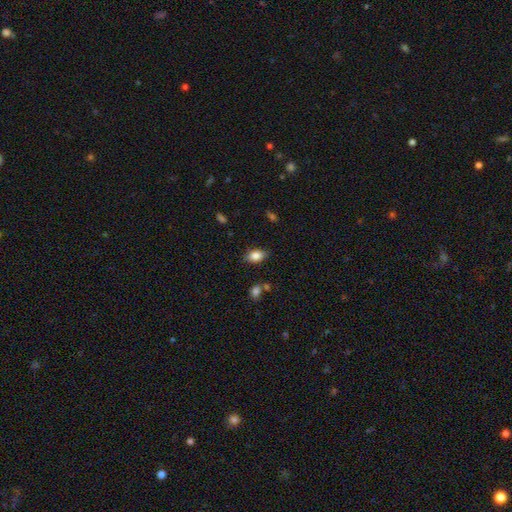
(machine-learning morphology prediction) smooth 82%, featured or disk 10%, star or artifact 9%. Down the decision tree: how rounded — in between (86%); merging — none (81%).